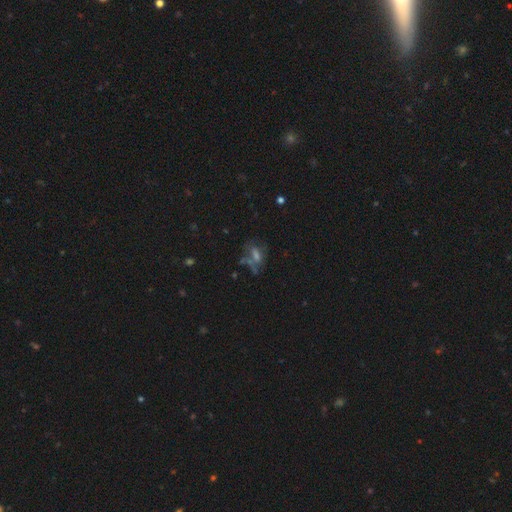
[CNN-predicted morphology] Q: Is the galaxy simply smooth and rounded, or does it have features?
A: featured or disk — 39%.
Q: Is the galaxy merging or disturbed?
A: none — 44%.